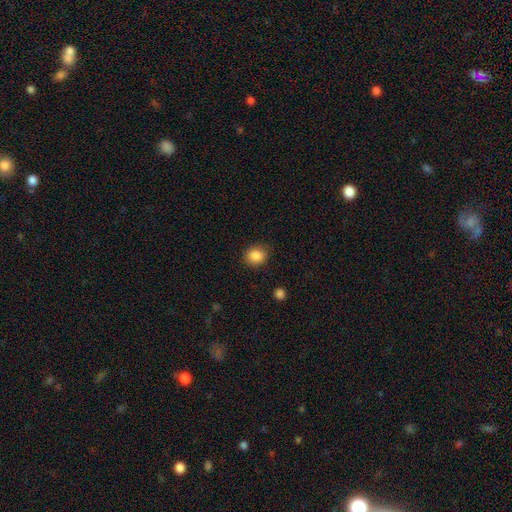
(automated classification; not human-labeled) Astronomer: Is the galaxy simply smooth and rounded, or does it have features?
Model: smooth — 87%.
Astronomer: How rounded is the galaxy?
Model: round — 74%.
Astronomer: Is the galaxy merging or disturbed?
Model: none — 87%.